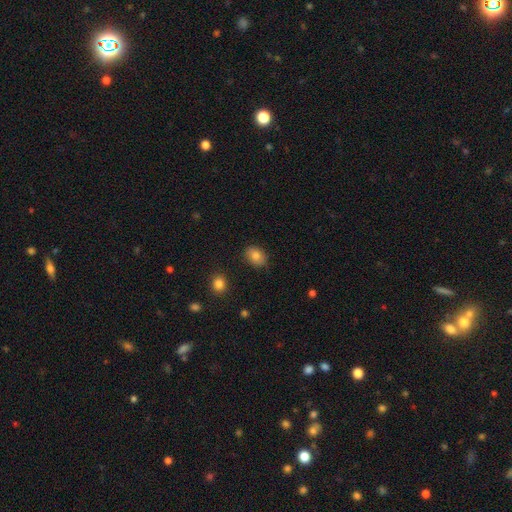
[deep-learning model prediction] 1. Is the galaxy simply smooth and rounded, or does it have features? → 82% smooth, 9% featured or disk, 9% star or artifact.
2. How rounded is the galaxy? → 69% in between, 30% round, 1% cigar-shaped.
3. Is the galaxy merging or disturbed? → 84% none, 12% minor disturbance, 3% major disturbance, 1% merger.